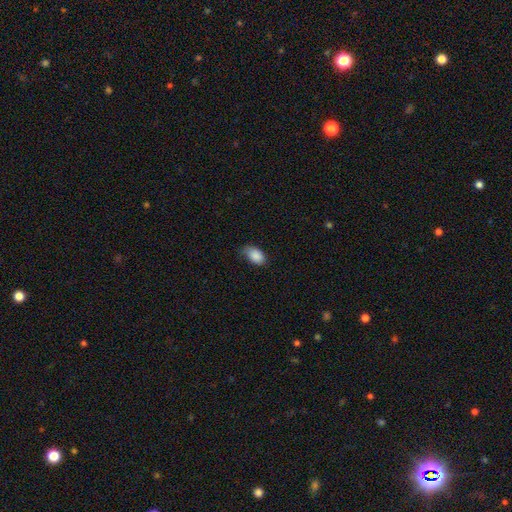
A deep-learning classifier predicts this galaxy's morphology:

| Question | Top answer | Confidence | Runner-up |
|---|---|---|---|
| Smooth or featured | smooth | 87% | star or artifact (7%) |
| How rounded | in between | 91% | round (8%) |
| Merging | none | 60% | minor disturbance (32%) |